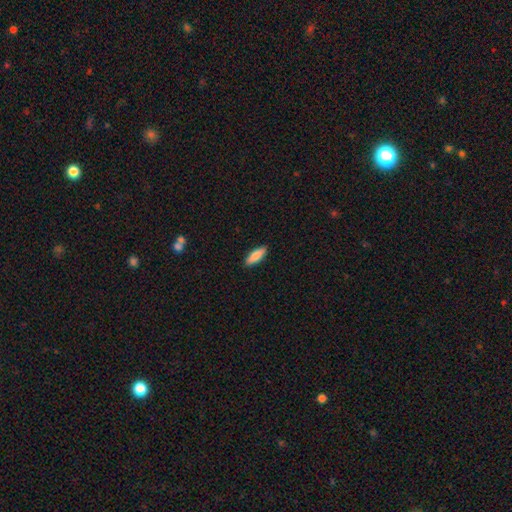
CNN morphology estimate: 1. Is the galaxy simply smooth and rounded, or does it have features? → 84% smooth, 10% featured or disk, 6% star or artifact.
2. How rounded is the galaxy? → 59% in between, 39% cigar-shaped, 2% round.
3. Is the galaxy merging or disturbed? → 89% none, 8% minor disturbance, 2% major disturbance, 1% merger.